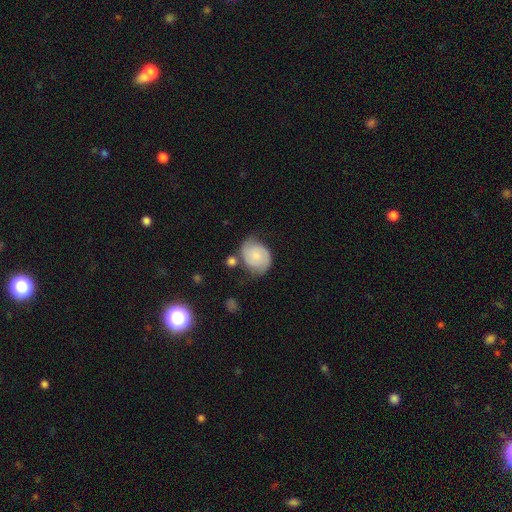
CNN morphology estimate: type=smooth (49%); merging=none (51%).